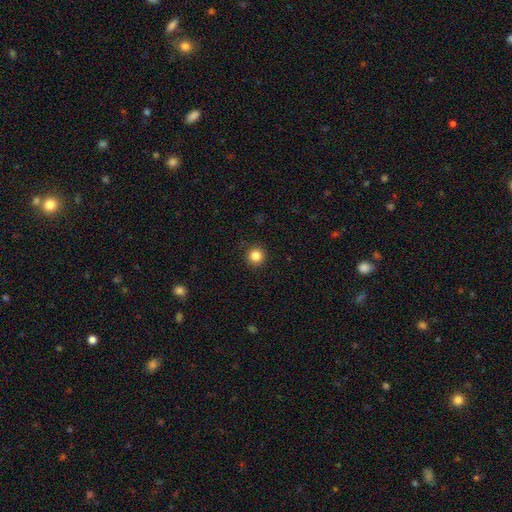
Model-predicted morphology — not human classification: Smooth or featured?
  - smooth: 85% *
  - star or artifact: 11%
  - featured or disk: 4%
How rounded?
  - round: 95% *
  - in between: 4%
  - cigar-shaped: 1%
Merging?
  - none: 92% *
  - minor disturbance: 5%
  - major disturbance: 2%
  - merger: 1%